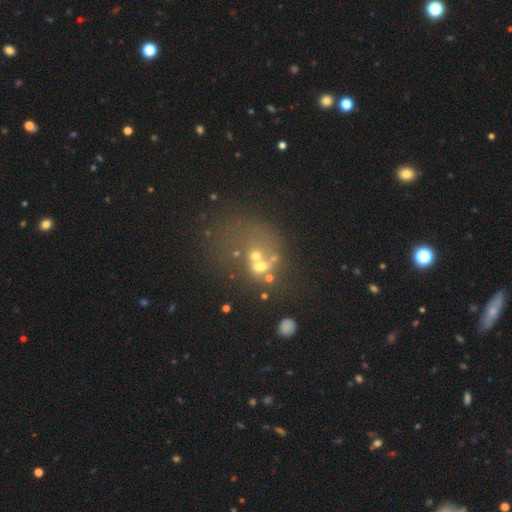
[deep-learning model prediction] Morphology: type=smooth (44%); merging=merger (49%).